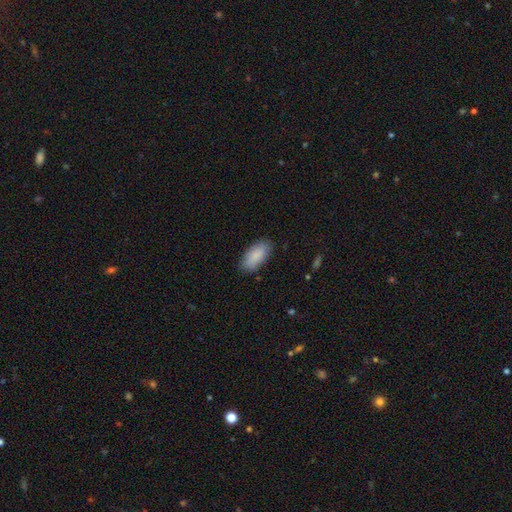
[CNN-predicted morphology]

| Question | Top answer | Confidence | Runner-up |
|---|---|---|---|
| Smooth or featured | smooth | 87% | featured or disk (7%) |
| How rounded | in between | 91% | cigar-shaped (7%) |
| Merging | none | 83% | minor disturbance (13%) |